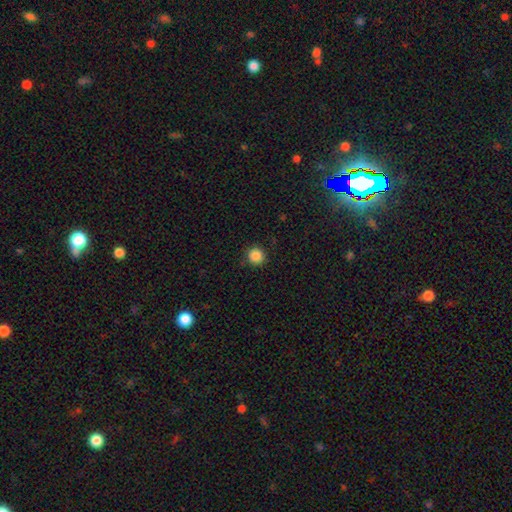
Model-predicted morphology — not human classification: A smooth galaxy with no disk features (87%) that is round (92%). Merging: none (90%).